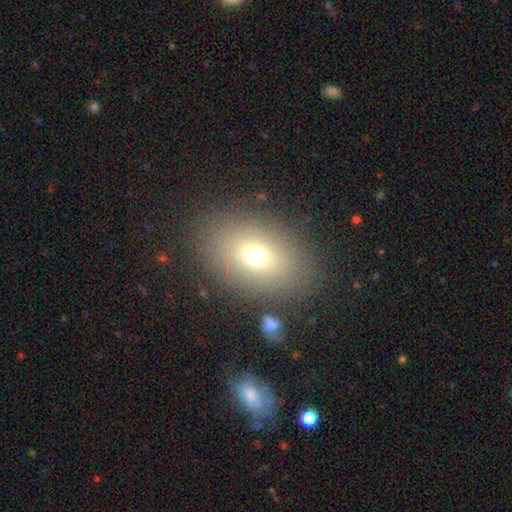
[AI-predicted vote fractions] This is likely a smooth galaxy (68%). How rounded: likely in between (70%). Merging: clearly none (81%).